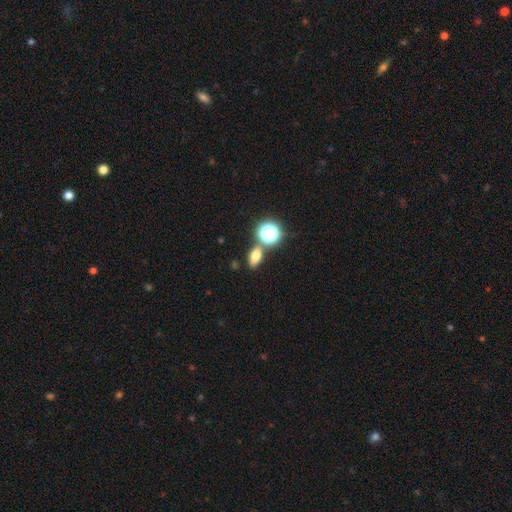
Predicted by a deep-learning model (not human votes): A smooth galaxy with no disk features (68%) that is in between round and cigar-shaped (72%). Merging: none (76%).